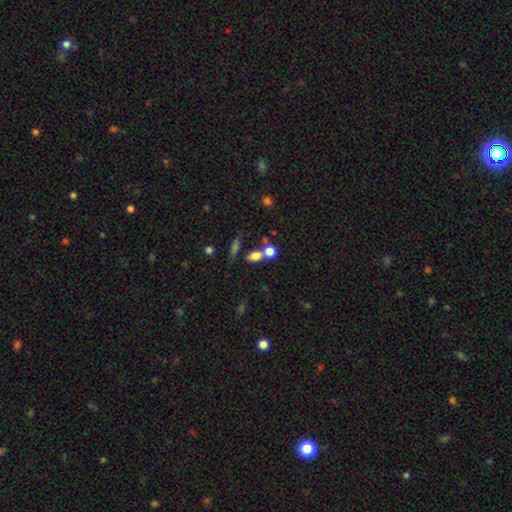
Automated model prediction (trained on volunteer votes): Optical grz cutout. It shows a smooth galaxy with no disk features (76%) that is in between round and cigar-shaped (57%). Merging: none (46%).